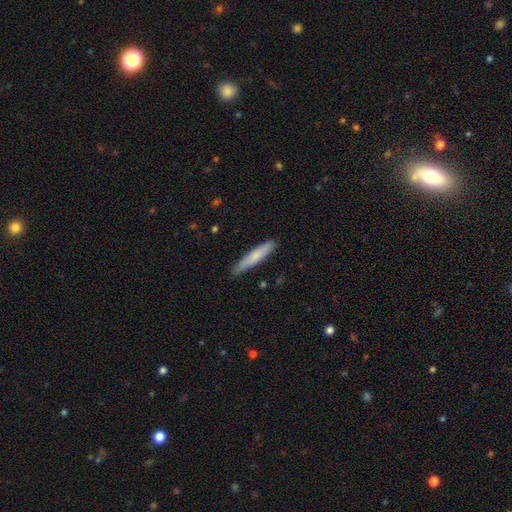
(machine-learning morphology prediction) Overall: smooth (75%). How rounded: cigar-shaped (91%). Merging: none (85%).